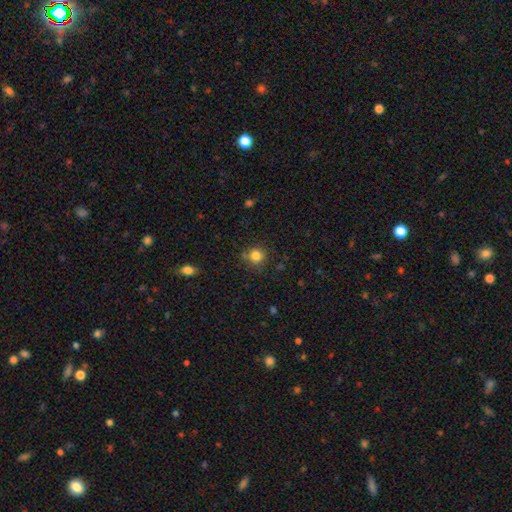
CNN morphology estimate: Smooth or featured? smooth (82%)
How rounded? round (89%)
Merging? none (76%)